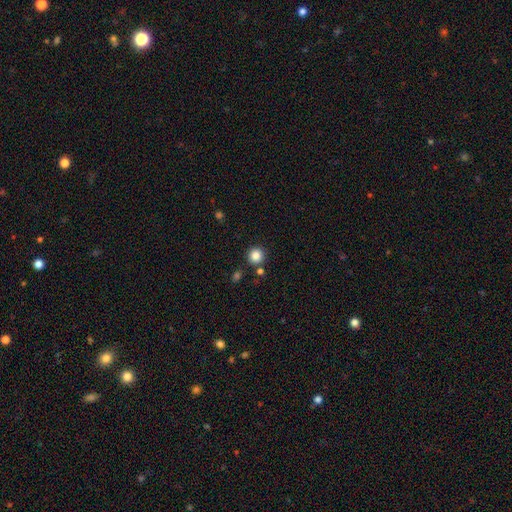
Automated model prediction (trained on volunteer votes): Smooth or featured? Predicted: smooth (p=0.85). How rounded? Predicted: round (p=0.94). Merging? Predicted: none (p=0.85).